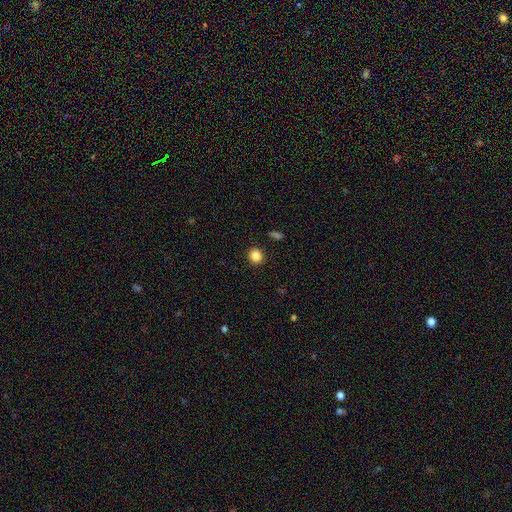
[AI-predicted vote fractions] Smooth or featured: smooth — 84% (star or artifact — 11%)
How rounded: round — 86% (in between — 13%)
Merging: none — 91% (minor disturbance — 5%)